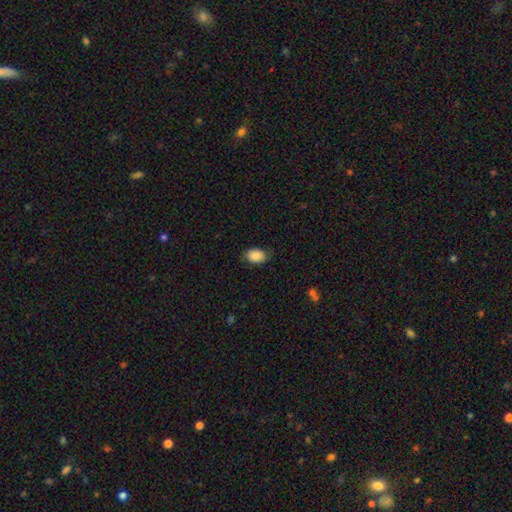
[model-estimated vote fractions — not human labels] A smooth galaxy with no disk features (88%) that is in between round and cigar-shaped (81%). Merging: none (78%).